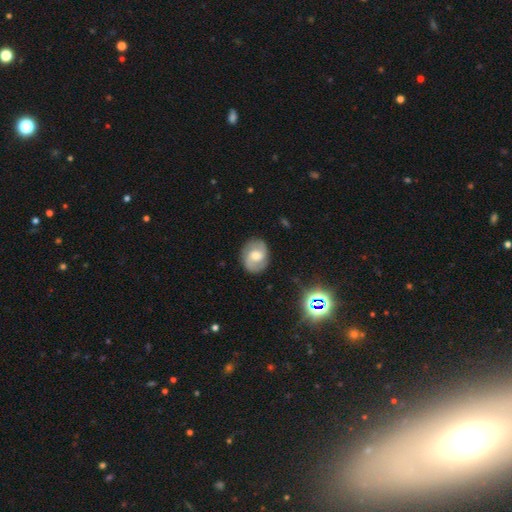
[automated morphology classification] The model was most divided on "bar": no: 51%, weak: 41%, strong: 8%. Remaining: edge-on disk — no (97%); spiral arms — yes (92%); spiral arm count — 2 (84%); merging — none (83%); smooth or featured — featured or disk (70%); bulge size — moderate (63%); spiral winding — medium (47%).